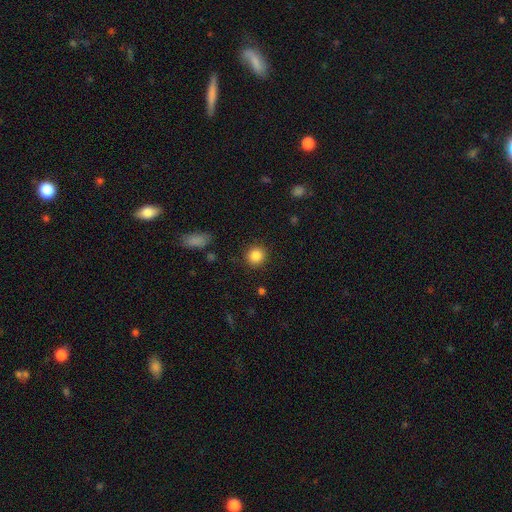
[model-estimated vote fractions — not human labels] smooth_or_featured: smooth (p=0.86) [alt: star or artifact p=0.10]
how_rounded: round (p=0.90) [alt: in between p=0.09]
merging: none (p=0.89) [alt: minor disturbance p=0.07]